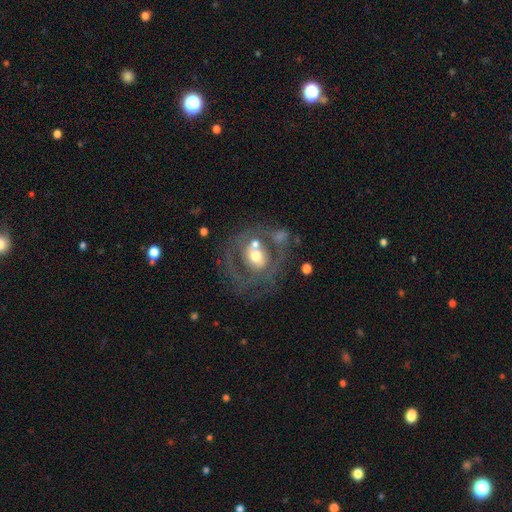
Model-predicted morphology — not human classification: This is likely a featured or disk galaxy (62%). It is clearly not viewed edge-on (95%). Bar: likely no (62%). Spiral arm pattern: likely no (62%). Central bulge: likely moderate (65%). Merging: possibly none (50%).